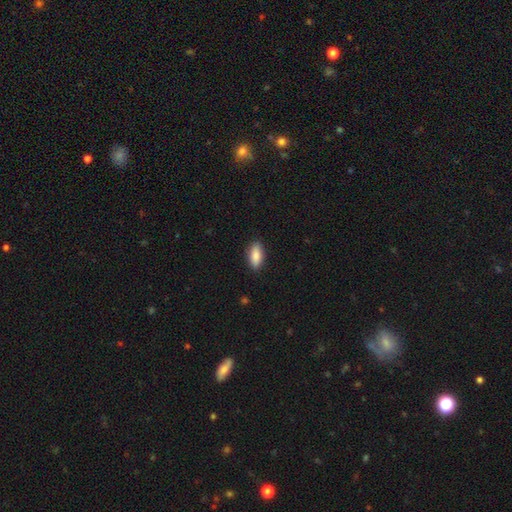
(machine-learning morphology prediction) Q: Smooth or featured?
A: smooth (87%); runner-up: featured or disk (7%)
Q: How rounded?
A: in between (83%); runner-up: cigar-shaped (15%)
Q: Merging?
A: none (87%); runner-up: minor disturbance (10%)